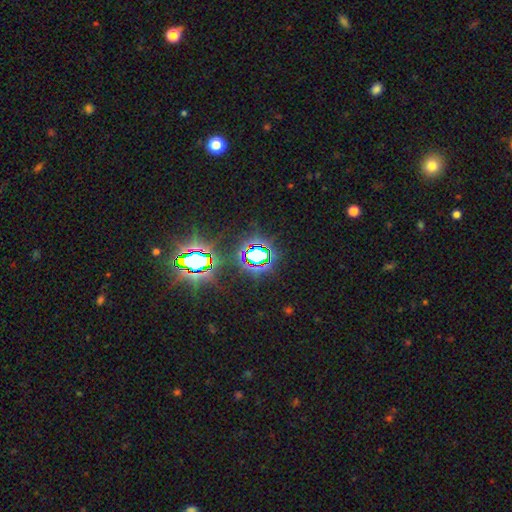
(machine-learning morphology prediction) Q: Smooth or featured?
A: star or artifact (75%); runner-up: smooth (15%)